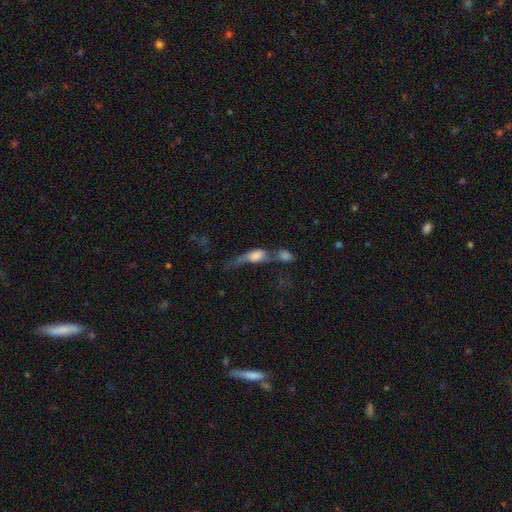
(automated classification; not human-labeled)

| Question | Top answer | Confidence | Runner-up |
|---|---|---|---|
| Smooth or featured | smooth | 53% | featured or disk (36%) |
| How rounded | in between | 61% | cigar-shaped (27%) |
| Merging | merger | 63% | major disturbance (16%) |